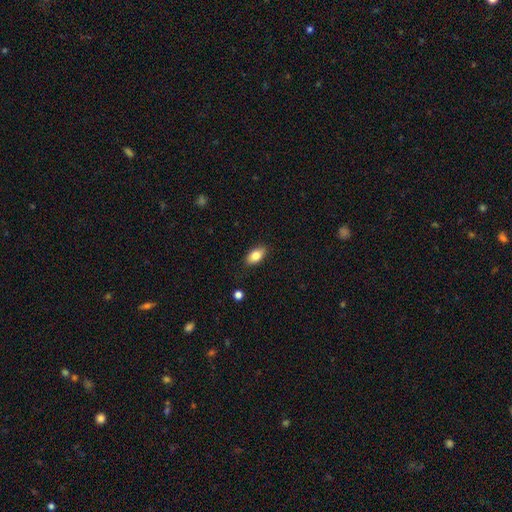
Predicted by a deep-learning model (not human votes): Smooth or featured?
  - smooth: 82% *
  - featured or disk: 11%
  - star or artifact: 8%
How rounded?
  - in between: 90% *
  - round: 6%
  - cigar-shaped: 4%
Merging?
  - none: 86% *
  - minor disturbance: 11%
  - major disturbance: 2%
  - merger: 1%